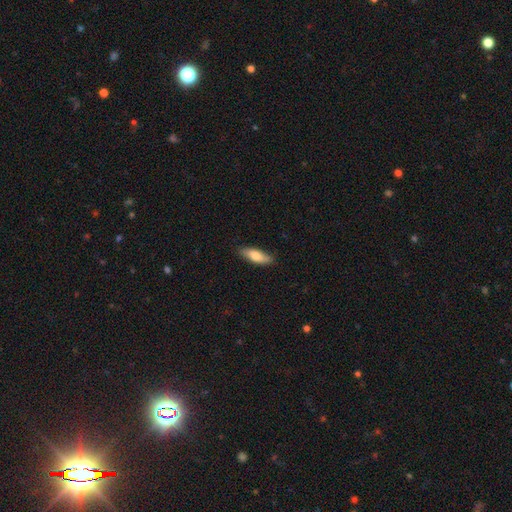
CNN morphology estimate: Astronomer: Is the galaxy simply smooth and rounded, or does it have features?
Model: smooth — 77%.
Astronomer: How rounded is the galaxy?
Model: in between — 55% (runner-up: cigar-shaped, 42%).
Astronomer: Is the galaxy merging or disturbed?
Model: none — 85%.